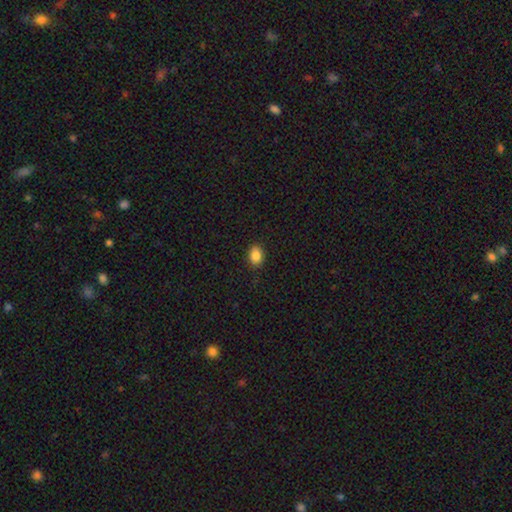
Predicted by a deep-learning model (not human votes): A smooth galaxy with no disk features (86%) that is in between round and cigar-shaped (67%). Merging: none (89%).